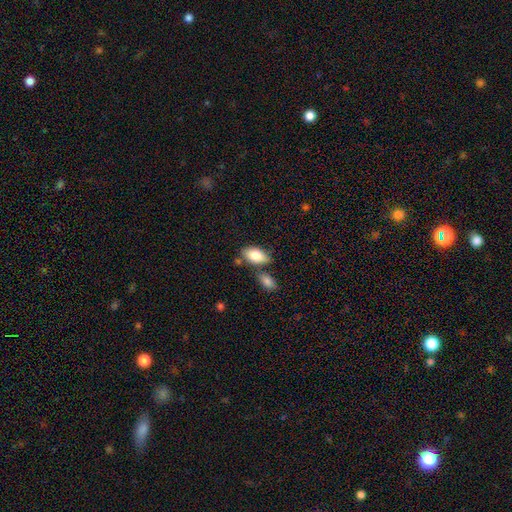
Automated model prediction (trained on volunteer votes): smooth-or-featured: smooth: 84% | featured or disk: 10% | star or artifact: 6%
  how-rounded: in between: 93% | round: 4% | cigar-shaped: 3%
  merging: none: 65% | merger: 16% | minor disturbance: 15% | major disturbance: 4%